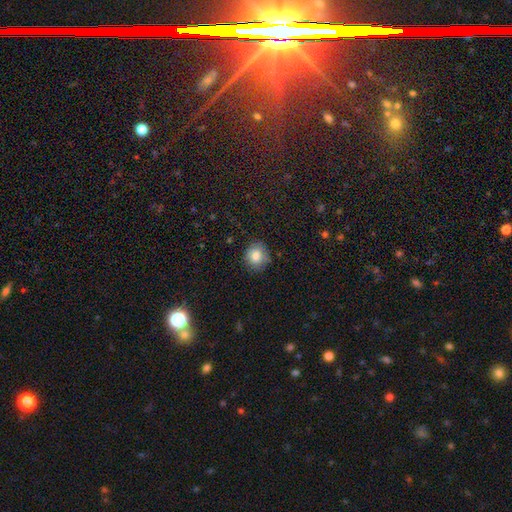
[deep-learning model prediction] smooth 82%, star or artifact 10%, featured or disk 8%. Down the decision tree: how rounded — round (84%); merging — none (82%).